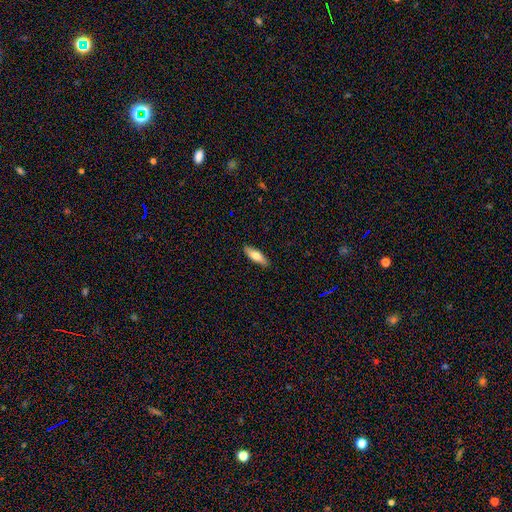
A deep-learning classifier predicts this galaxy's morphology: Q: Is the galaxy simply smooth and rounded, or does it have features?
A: smooth — 70%.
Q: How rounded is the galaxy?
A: in between — 51%.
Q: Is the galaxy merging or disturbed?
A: none — 88%.